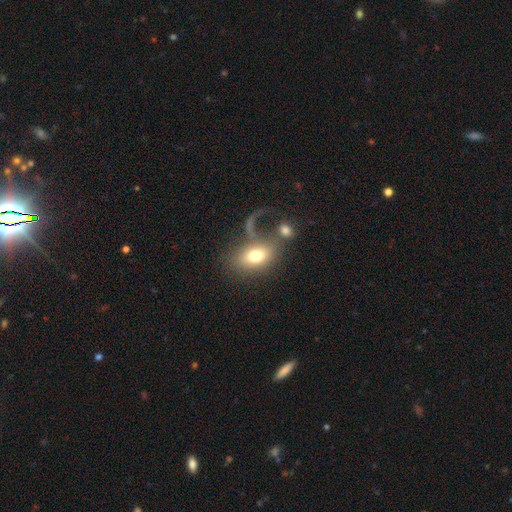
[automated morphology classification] Smooth or featured: smooth — 69% (featured or disk — 23%)
How rounded: in between — 81% (round — 17%)
Merging: major disturbance — 35% (none — 31%)